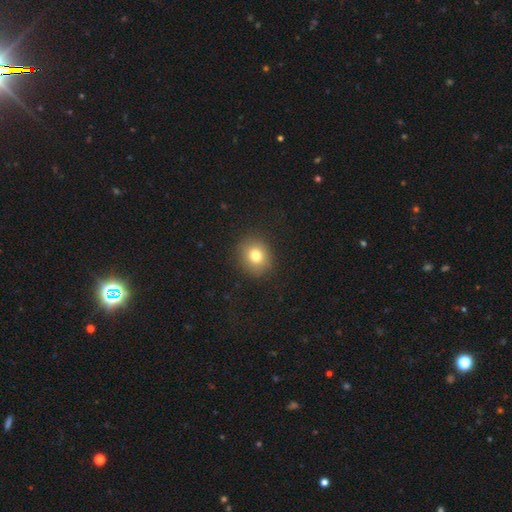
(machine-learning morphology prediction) Smooth or featured?
  - smooth: 78% *
  - star or artifact: 12%
  - featured or disk: 10%
How rounded?
  - round: 76% *
  - in between: 23%
  - cigar-shaped: 1%
Merging?
  - none: 88% *
  - minor disturbance: 8%
  - major disturbance: 3%
  - merger: 1%